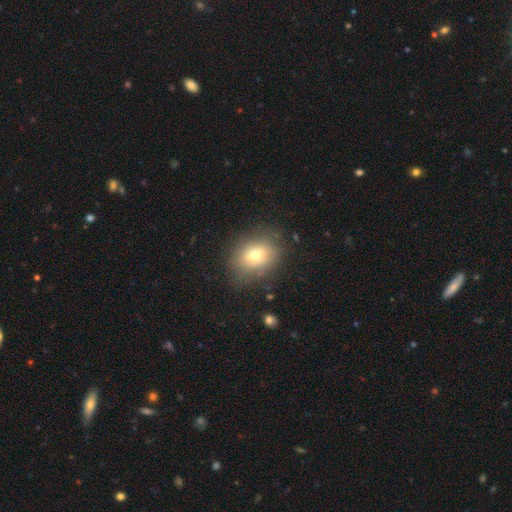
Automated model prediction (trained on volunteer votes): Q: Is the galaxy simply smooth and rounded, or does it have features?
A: smooth — 70%.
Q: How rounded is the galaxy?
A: in between — 60%.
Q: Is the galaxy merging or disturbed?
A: none — 76%.